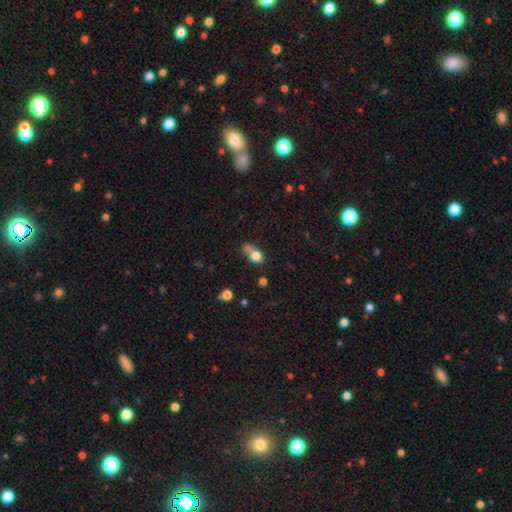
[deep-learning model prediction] A smooth galaxy with no disk features (77%) that is round (59%).

Vote fractions:
- Smooth or featured? smooth: 77% / star or artifact: 12% / featured or disk: 11%
- How rounded? round: 59% / in between: 39% / cigar-shaped: 2%
- Merging? merger: 41% / none: 32% / minor disturbance: 16% / major disturbance: 11%